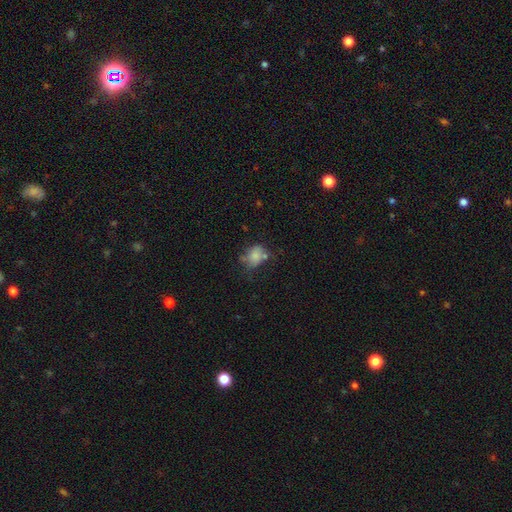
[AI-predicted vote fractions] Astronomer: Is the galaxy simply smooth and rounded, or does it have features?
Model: smooth — 70%.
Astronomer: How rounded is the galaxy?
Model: in between — 55% (runner-up: round, 44%).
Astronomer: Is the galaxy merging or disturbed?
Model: none — 42% (runner-up: minor disturbance, 28%).